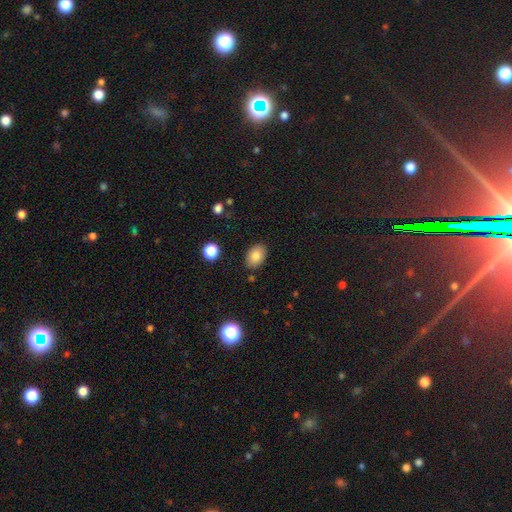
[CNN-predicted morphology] A smooth galaxy with no disk features (83%) that is in between round and cigar-shaped (81%). Merging: none (85%).